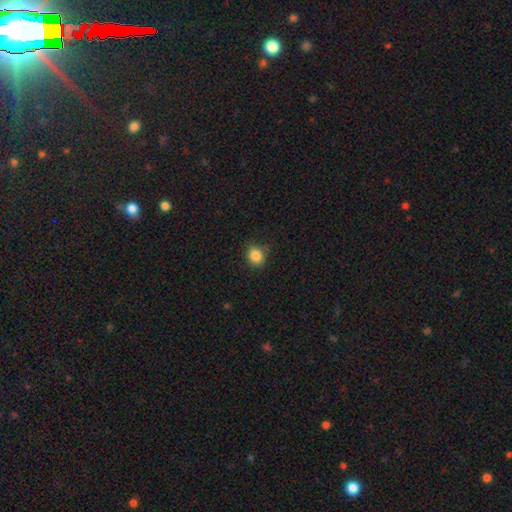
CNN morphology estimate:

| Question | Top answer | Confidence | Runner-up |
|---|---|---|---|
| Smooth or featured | smooth | 85% | star or artifact (11%) |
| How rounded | round | 69% | in between (30%) |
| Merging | none | 84% | minor disturbance (12%) |